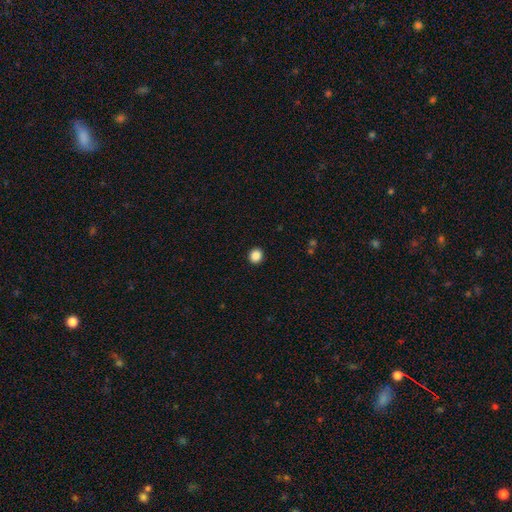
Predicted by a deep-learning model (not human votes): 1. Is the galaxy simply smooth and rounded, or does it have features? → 87% smooth, 10% star or artifact, 3% featured or disk.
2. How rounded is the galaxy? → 87% round, 12% in between, 1% cigar-shaped.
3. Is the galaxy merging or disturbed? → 93% none, 5% minor disturbance, 2% major disturbance, 1% merger.